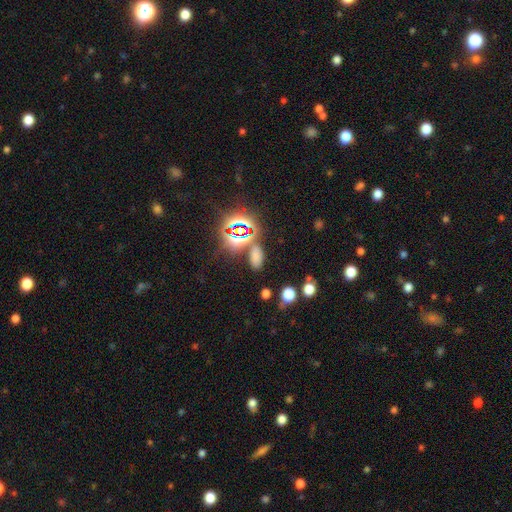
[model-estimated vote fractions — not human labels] Smooth or featured? Predicted: smooth (p=0.59). How rounded? Predicted: in between (p=0.87). Merging? Predicted: none (p=0.74).